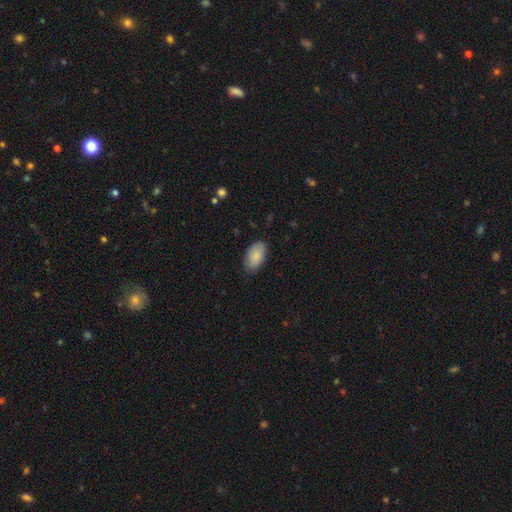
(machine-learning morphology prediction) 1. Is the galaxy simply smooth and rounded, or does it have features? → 87% smooth, 7% featured or disk, 6% star or artifact.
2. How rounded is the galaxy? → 95% in between, 3% round, 2% cigar-shaped.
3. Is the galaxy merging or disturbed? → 82% none, 15% minor disturbance, 3% major disturbance, 1% merger.